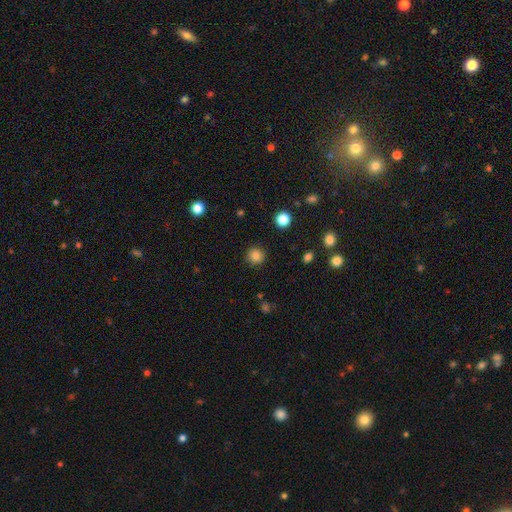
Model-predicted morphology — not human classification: smooth_or_featured: smooth (p=0.84) [alt: star or artifact p=0.12]
how_rounded: round (p=0.95) [alt: in between p=0.05]
merging: none (p=0.91) [alt: minor disturbance p=0.06]